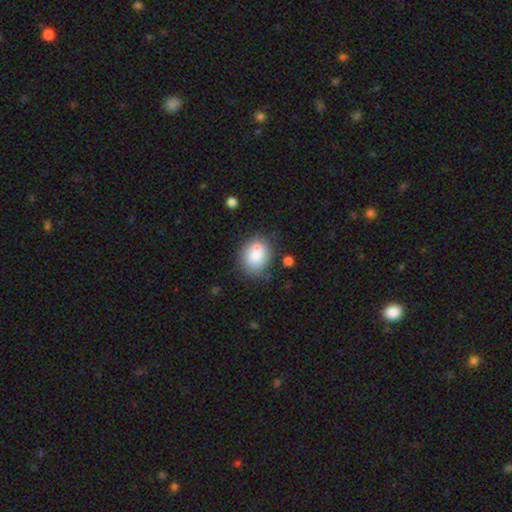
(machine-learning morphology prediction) smooth 78%, featured or disk 14%, star or artifact 8%. Down the decision tree: how rounded — in between (51%); merging — none (58%).